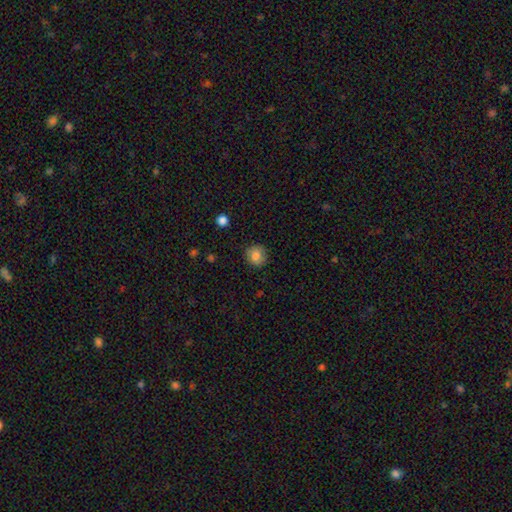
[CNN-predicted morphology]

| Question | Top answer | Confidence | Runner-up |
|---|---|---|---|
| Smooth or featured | smooth | 83% | star or artifact (9%) |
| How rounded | round | 88% | in between (11%) |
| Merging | none | 86% | minor disturbance (10%) |